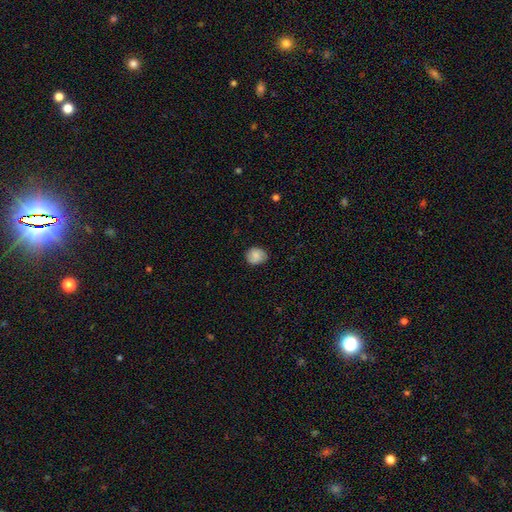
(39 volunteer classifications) Smooth or featured? 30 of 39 (77%) said smooth. How rounded? 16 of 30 (53%) said round. Merging? 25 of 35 (71%) said none.